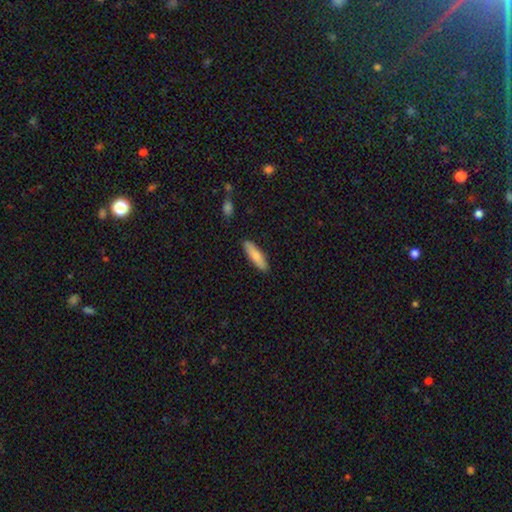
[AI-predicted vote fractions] Smooth or featured? smooth (81%)
How rounded? cigar-shaped (65%)
Merging? none (89%)